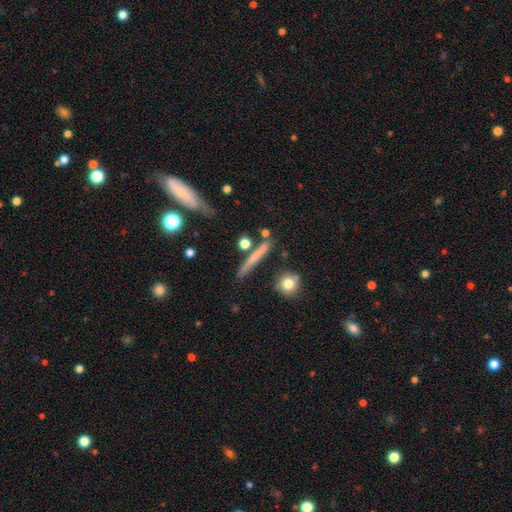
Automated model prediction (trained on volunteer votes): Smooth or featured?
  - smooth: 55% *
  - featured or disk: 36%
  - star or artifact: 9%
How rounded?
  - cigar-shaped: 90% *
  - round: 5%
  - in between: 5%
Merging?
  - none: 76% *
  - minor disturbance: 14%
  - merger: 6%
  - major disturbance: 4%